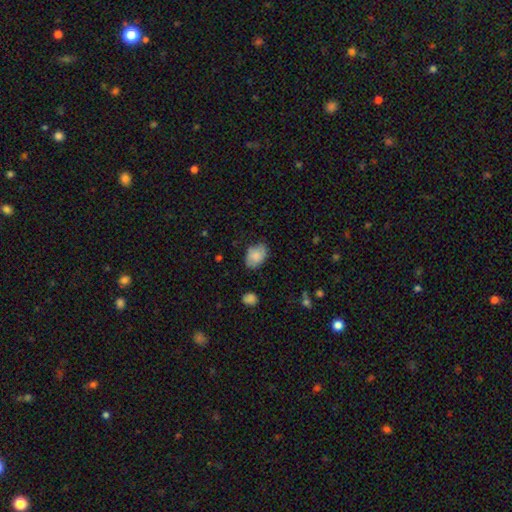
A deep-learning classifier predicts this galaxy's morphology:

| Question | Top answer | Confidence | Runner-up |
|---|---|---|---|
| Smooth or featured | smooth | 83% | featured or disk (10%) |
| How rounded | in between | 82% | round (16%) |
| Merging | none | 74% | minor disturbance (20%) |